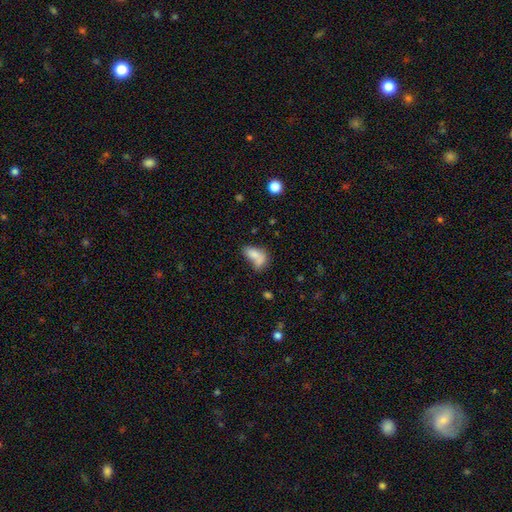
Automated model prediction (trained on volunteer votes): Smooth or featured: smooth — 76% (featured or disk — 14%)
How rounded: in between — 85% (round — 9%)
Merging: merger — 48% (none — 27%)